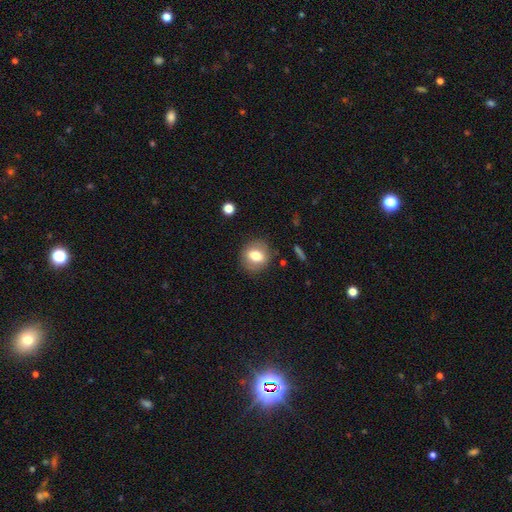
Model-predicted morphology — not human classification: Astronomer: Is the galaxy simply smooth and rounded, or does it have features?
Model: smooth — 70%.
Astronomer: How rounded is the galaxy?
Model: round — 68%.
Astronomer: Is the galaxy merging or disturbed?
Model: none — 86%.